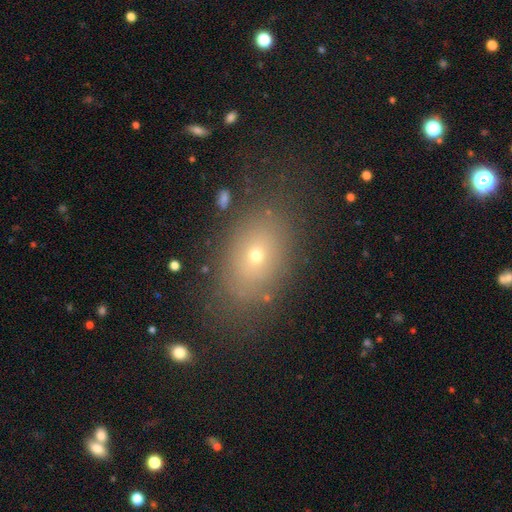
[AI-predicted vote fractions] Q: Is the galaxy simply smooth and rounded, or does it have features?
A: smooth — 63%.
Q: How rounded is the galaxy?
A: in between — 73%.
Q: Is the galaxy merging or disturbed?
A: none — 78%.